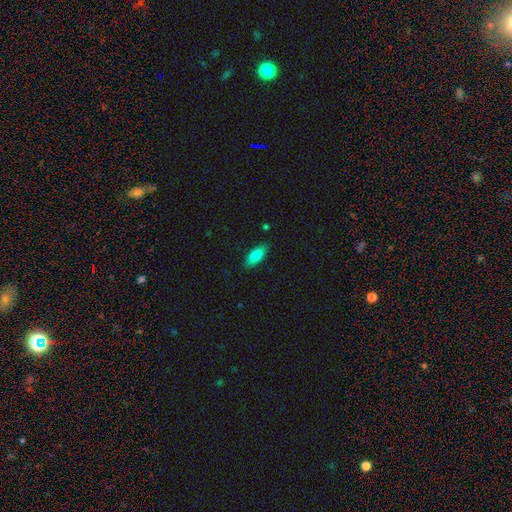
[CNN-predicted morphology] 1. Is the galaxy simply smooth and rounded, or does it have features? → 78% smooth, 15% featured or disk, 7% star or artifact.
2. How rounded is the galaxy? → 78% in between, 20% cigar-shaped, 2% round.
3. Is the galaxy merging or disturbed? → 85% none, 11% minor disturbance, 2% major disturbance, 1% merger.